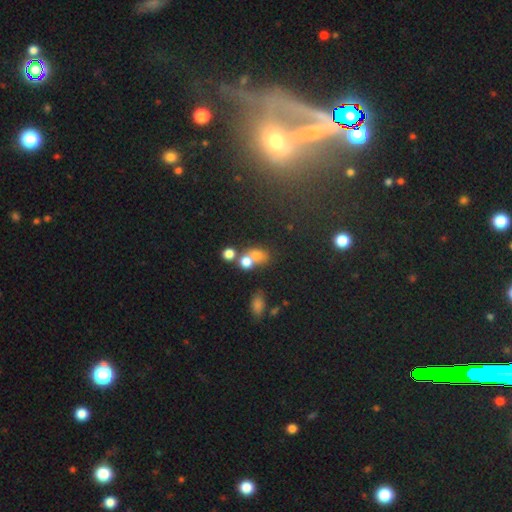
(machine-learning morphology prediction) This is likely a smooth galaxy (66%). How rounded: possibly round (51%). Merging: possibly merger (53%).